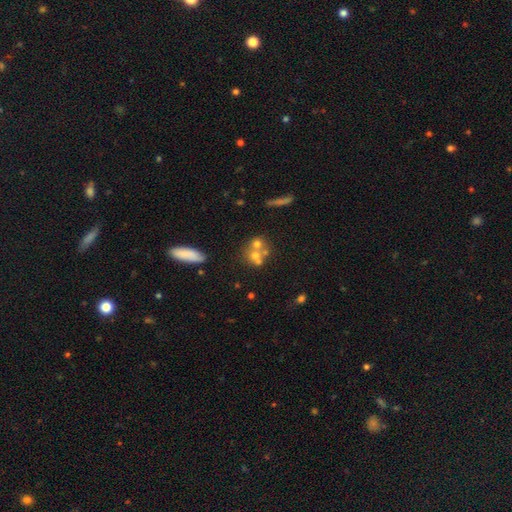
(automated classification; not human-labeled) smooth 56%, featured or disk 29%, star or artifact 15%. Down the decision tree: how rounded — round (73%); merging — merger (53%).